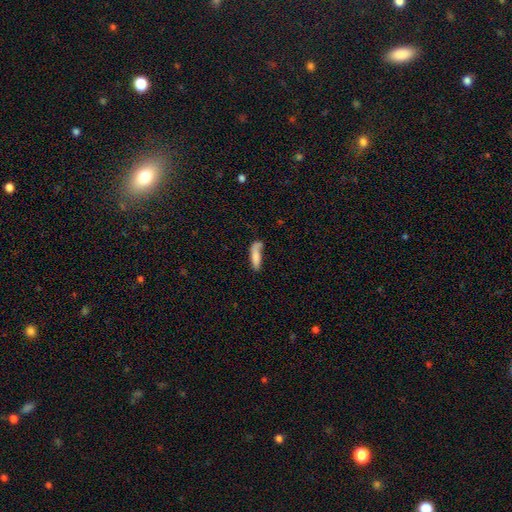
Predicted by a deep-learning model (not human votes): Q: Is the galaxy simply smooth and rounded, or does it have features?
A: smooth — 77%.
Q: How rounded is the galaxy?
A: cigar-shaped — 62%.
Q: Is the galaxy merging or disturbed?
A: none — 47%.